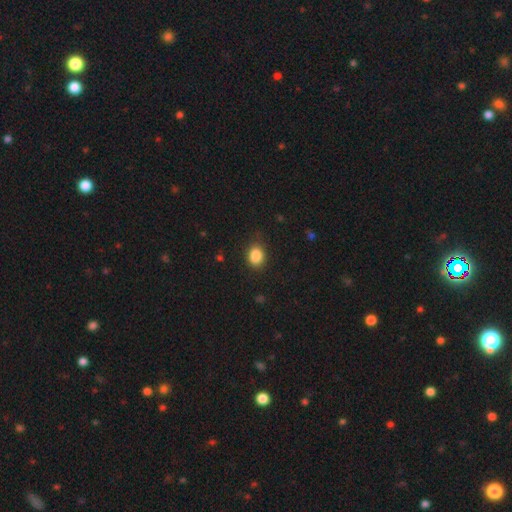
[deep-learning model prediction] Smooth or featured? smooth (86%)
How rounded? in between (50%)
Merging? none (80%)